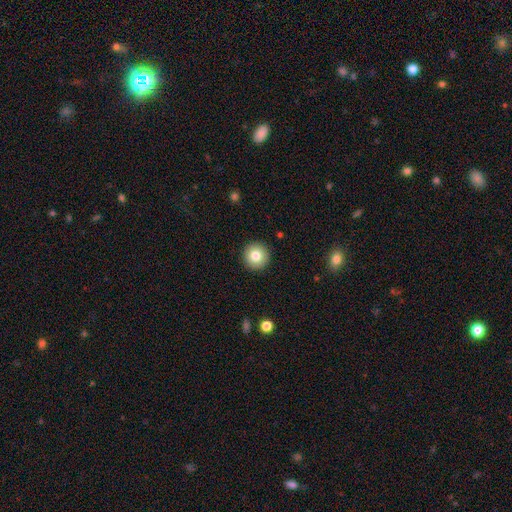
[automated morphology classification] Smooth or featured? smooth (81%)
How rounded? round (96%)
Merging? none (93%)